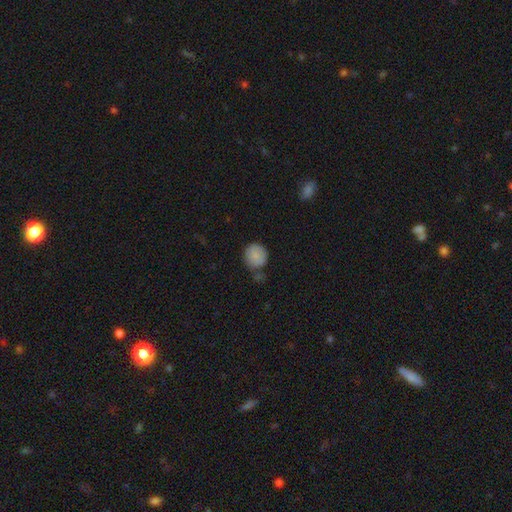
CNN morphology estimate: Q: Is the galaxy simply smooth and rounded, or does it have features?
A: smooth — 84%.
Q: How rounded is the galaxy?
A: round — 88%.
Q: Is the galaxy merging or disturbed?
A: none — 66%.